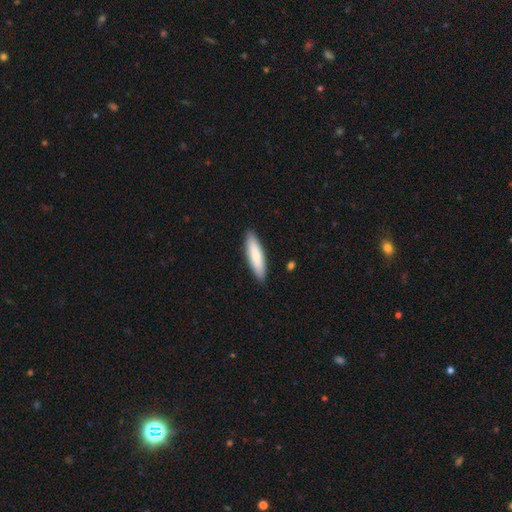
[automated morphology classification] The model was most divided on "how rounded": cigar-shaped: 67%, in between: 31%, round: 1%. More confident: merging — none (89%); smooth or featured — smooth (78%).